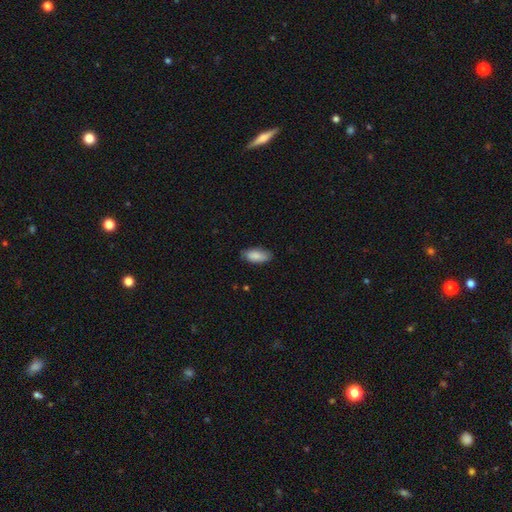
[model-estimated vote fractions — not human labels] Smooth or featured?
  - smooth: 88% *
  - featured or disk: 6%
  - star or artifact: 6%
How rounded?
  - in between: 88% *
  - cigar-shaped: 10%
  - round: 2%
Merging?
  - none: 79% *
  - minor disturbance: 17%
  - major disturbance: 3%
  - merger: 1%